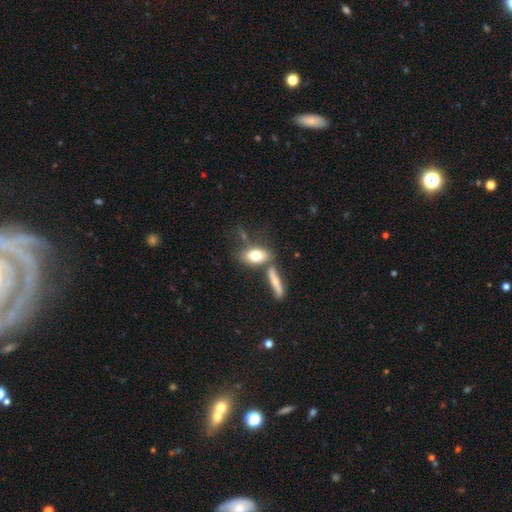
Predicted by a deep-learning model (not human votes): Morphology: type=smooth (72%); roundness=in between (81%); merging=none (53%).